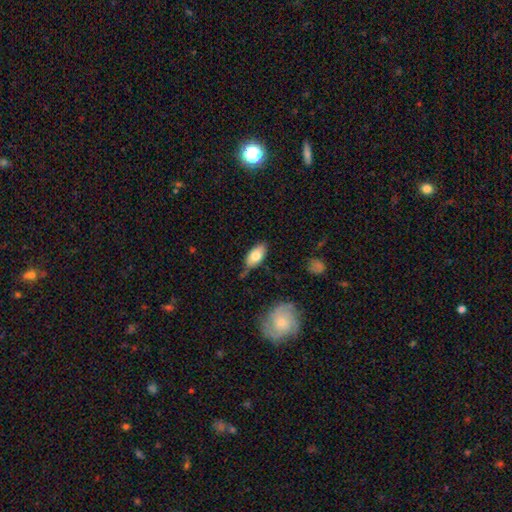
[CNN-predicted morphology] A smooth galaxy with no disk features (76%) that is in between round and cigar-shaped (91%). Merging: none (67%).